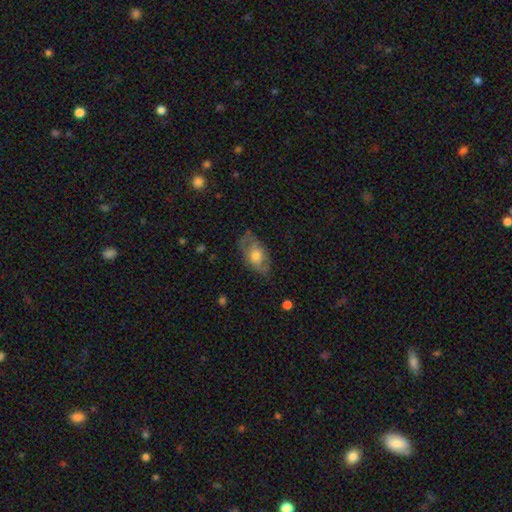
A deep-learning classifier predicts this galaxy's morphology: type=smooth (51%); roundness=in between (89%); merging=none (59%).